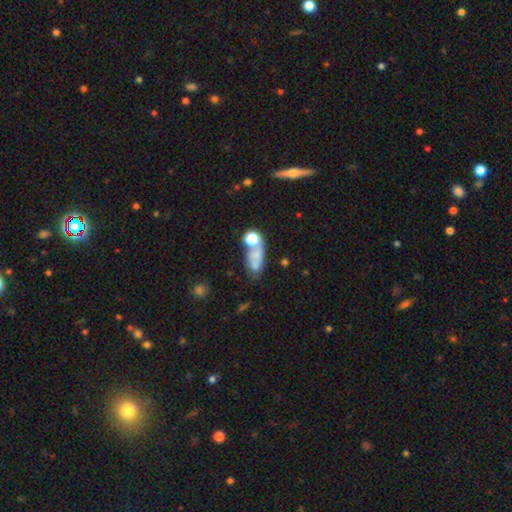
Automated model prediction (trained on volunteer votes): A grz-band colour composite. It shows a smooth galaxy with no disk features (60%) that is in between round and cigar-shaped (71%). Merging: merger (36%).